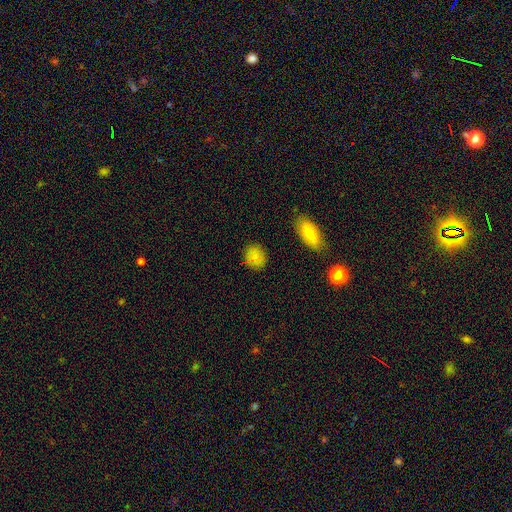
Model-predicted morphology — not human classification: smooth_or_featured: smooth (p=0.82) [alt: star or artifact p=0.11]
how_rounded: round (p=0.57) [alt: in between p=0.41]
merging: none (p=0.82) [alt: minor disturbance p=0.12]